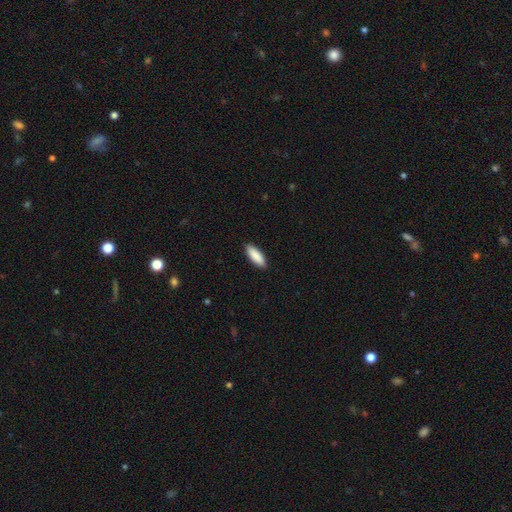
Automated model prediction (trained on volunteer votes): smooth_or_featured: smooth (p=0.90) [alt: star or artifact p=0.05]
how_rounded: in between (p=0.63) [alt: cigar-shaped p=0.36]
merging: none (p=0.90) [alt: minor disturbance p=0.07]